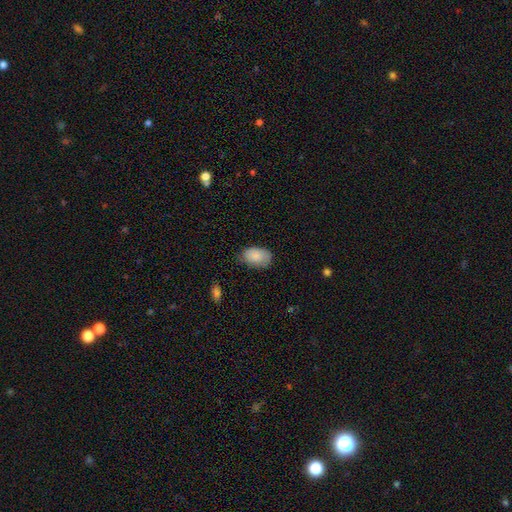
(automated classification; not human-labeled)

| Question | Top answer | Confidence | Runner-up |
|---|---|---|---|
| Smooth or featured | smooth | 85% | featured or disk (8%) |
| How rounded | in between | 90% | round (9%) |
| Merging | none | 67% | minor disturbance (26%) |